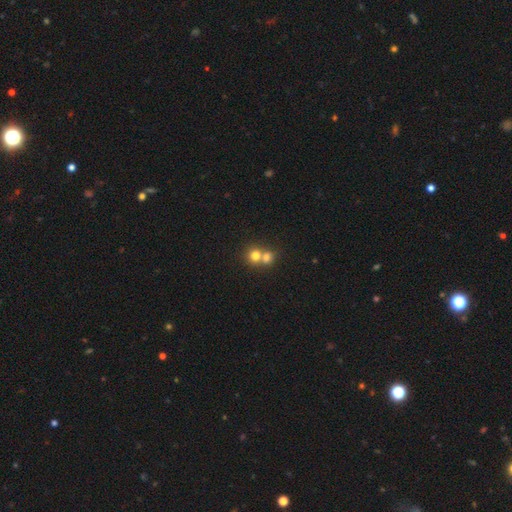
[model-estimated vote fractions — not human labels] This is likely a smooth galaxy (75%). How rounded: clearly round (83%). Merging: possibly merger (58%).